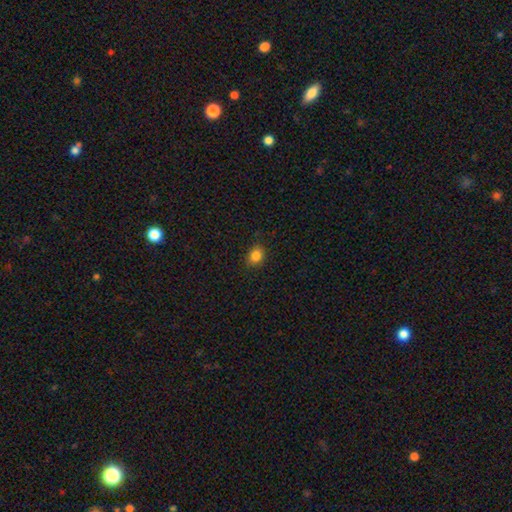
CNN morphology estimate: Q: Smooth or featured?
A: smooth (84%); runner-up: star or artifact (11%)
Q: How rounded?
A: in between (56%); runner-up: round (43%)
Q: Merging?
A: none (87%); runner-up: minor disturbance (10%)